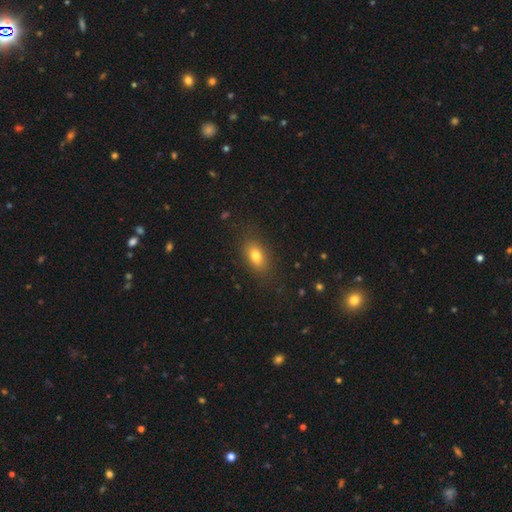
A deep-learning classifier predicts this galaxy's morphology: Smooth or featured? smooth (78%)
How rounded? in between (82%)
Merging? none (82%)